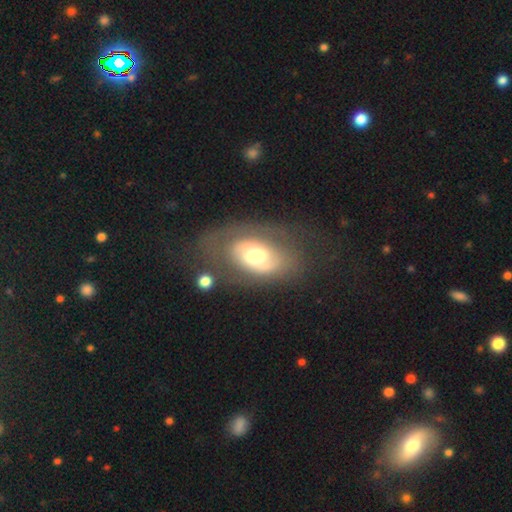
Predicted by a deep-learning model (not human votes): Smooth or featured? featured or disk (58%)
Edge-on disk? no (93%)
Bar? no (65%)
Spiral arms? yes (59%)
Bulge size? moderate (54%)
Merging? none (58%)